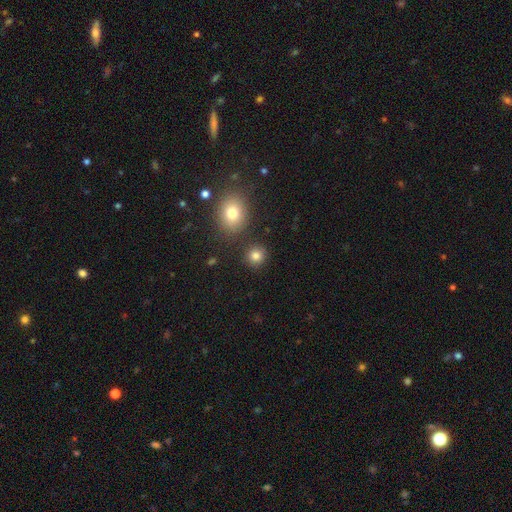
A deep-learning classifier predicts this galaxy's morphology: Smooth or featured? smooth (82%)
How rounded? round (89%)
Merging? none (87%)